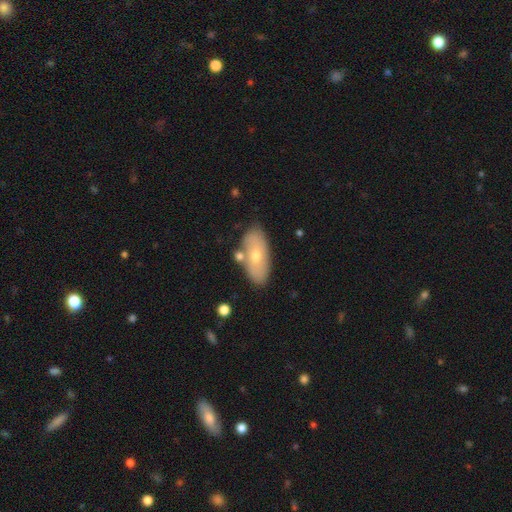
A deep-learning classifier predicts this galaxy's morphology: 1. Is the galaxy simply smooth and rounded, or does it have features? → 58% smooth, 35% featured or disk, 7% star or artifact.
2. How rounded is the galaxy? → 84% in between, 12% cigar-shaped, 3% round.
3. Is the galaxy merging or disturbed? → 75% none, 13% minor disturbance, 9% merger, 3% major disturbance.